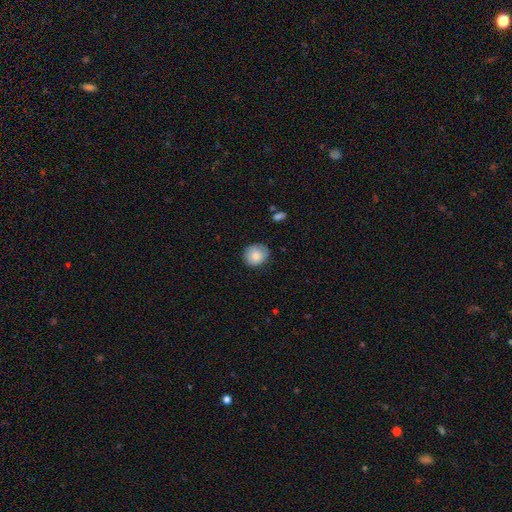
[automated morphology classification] smooth_or_featured: smooth (p=0.81) [alt: featured or disk p=0.11]
how_rounded: round (p=0.81) [alt: in between p=0.18]
merging: none (p=0.75) [alt: minor disturbance p=0.20]